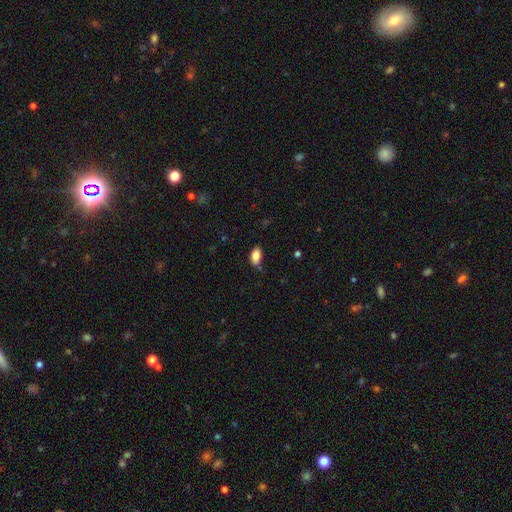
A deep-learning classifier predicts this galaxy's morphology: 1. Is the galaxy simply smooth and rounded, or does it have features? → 84% smooth, 8% star or artifact, 8% featured or disk.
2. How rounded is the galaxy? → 91% in between, 6% round, 3% cigar-shaped.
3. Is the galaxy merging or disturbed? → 70% none, 22% minor disturbance, 4% major disturbance, 4% merger.